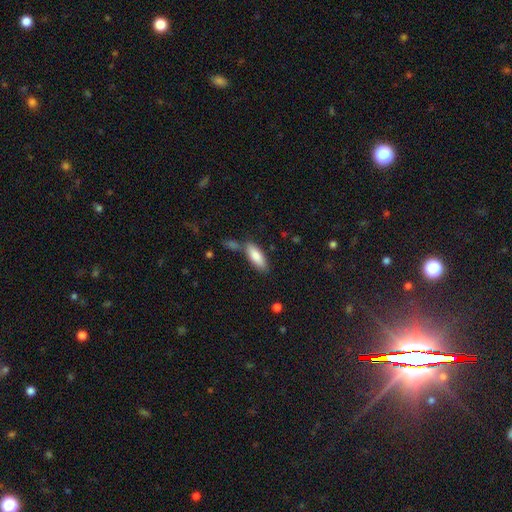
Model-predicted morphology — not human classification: Smooth or featured?
  - smooth: 84% *
  - featured or disk: 10%
  - star or artifact: 6%
How rounded?
  - in between: 71% *
  - cigar-shaped: 28%
  - round: 2%
Merging?
  - none: 67% *
  - minor disturbance: 15%
  - merger: 14%
  - major disturbance: 4%